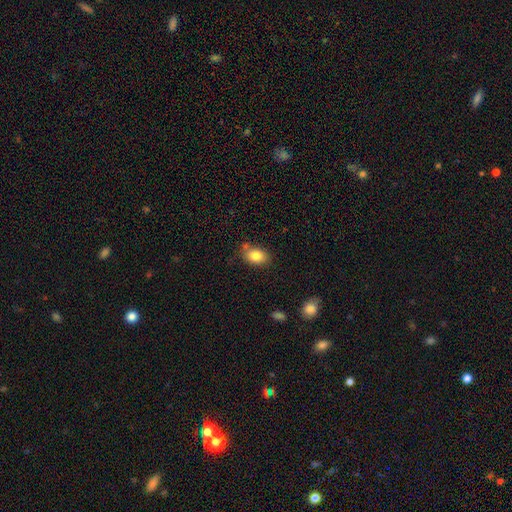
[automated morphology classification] The model was most divided on "merging": none: 70%, minor disturbance: 18%, merger: 8%, major disturbance: 4%. More confident: smooth or featured — smooth (85%); how rounded — in between (82%).